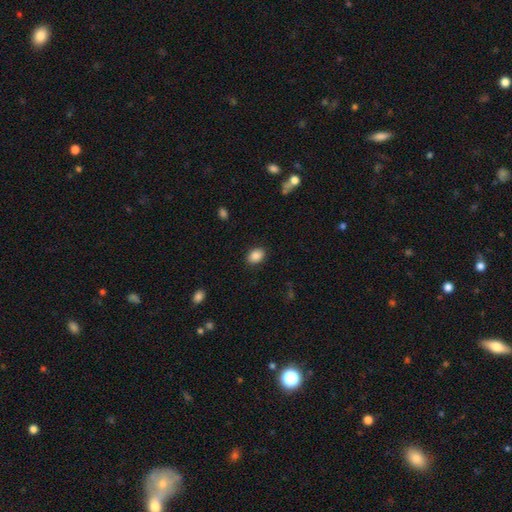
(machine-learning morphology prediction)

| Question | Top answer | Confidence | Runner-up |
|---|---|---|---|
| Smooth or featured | smooth | 88% | star or artifact (8%) |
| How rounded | in between | 68% | round (31%) |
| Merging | none | 89% | minor disturbance (8%) |